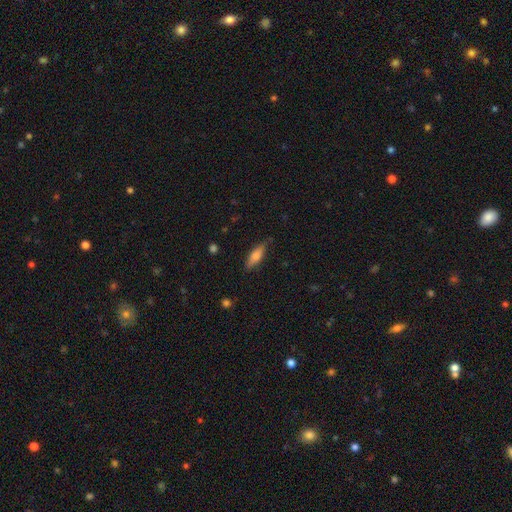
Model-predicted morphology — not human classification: Overall: smooth (68%). How rounded: cigar-shaped (52%; in between 46%). Merging: none (82%).